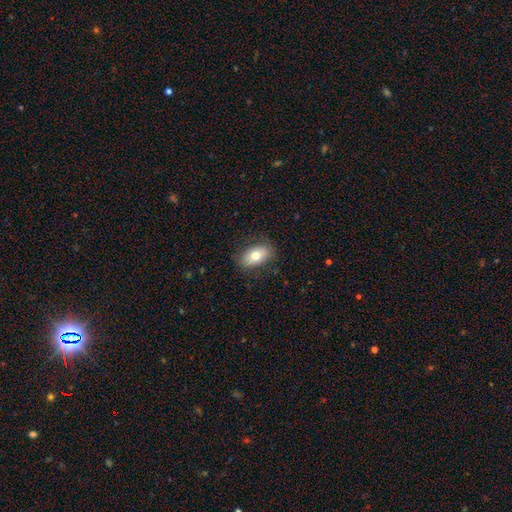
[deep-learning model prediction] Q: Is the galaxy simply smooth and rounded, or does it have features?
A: smooth — 76%.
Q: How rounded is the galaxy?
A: in between — 91%.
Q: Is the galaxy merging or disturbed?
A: none — 83%.